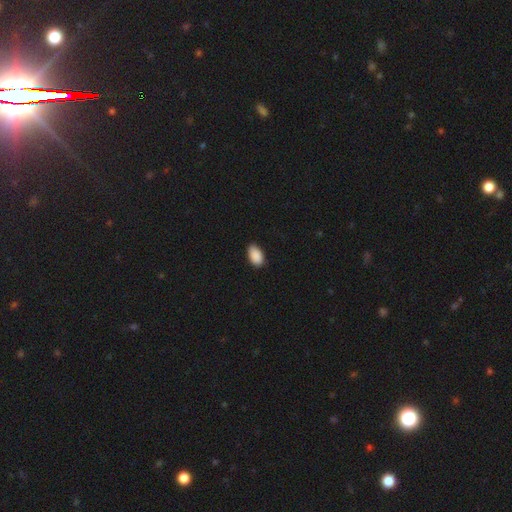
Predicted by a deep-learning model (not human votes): This appears to be a smooth galaxy with no disk features (90%) that is in between round and cigar-shaped (94%). Merging: none (81%).